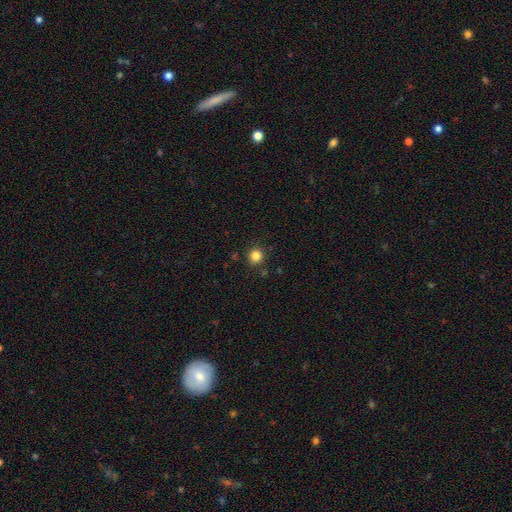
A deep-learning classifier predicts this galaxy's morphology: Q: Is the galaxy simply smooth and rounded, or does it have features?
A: smooth — 83%.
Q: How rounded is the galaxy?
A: round — 93%.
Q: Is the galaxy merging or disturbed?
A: none — 88%.